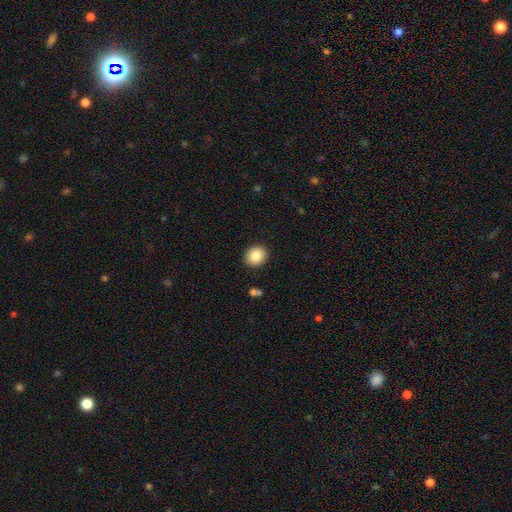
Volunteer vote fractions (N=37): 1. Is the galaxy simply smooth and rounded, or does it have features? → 92% smooth, 5% featured or disk, 3% star or artifact.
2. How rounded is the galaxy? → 68% round, 32% in between, 0% cigar-shaped.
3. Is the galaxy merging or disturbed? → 89% none, 8% minor disturbance, 3% major disturbance, 0% merger.